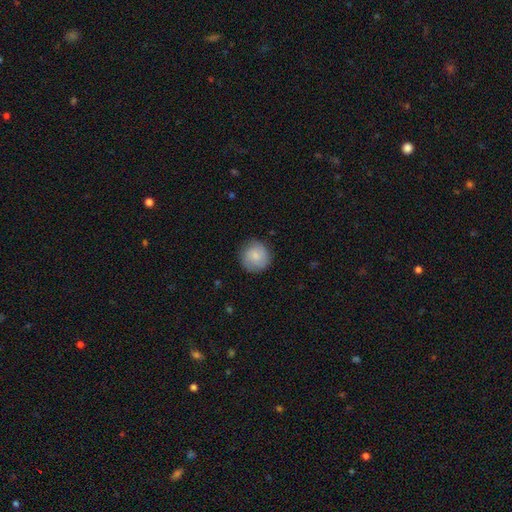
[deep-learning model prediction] Smooth or featured?
  - smooth: 80% *
  - featured or disk: 14%
  - star or artifact: 6%
How rounded?
  - round: 94% *
  - in between: 5%
  - cigar-shaped: 1%
Merging?
  - none: 85% *
  - minor disturbance: 11%
  - major disturbance: 3%
  - merger: 1%